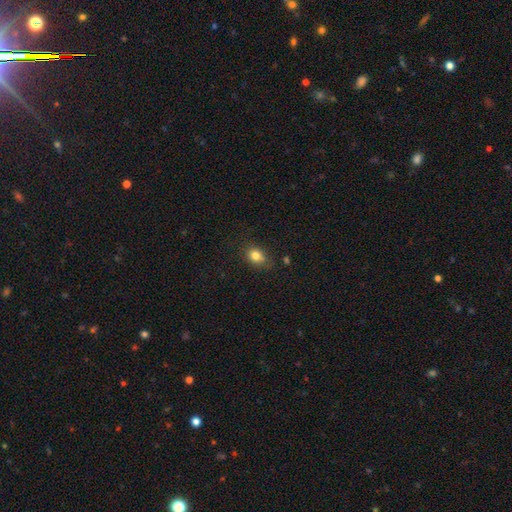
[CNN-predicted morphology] Q: Smooth or featured?
A: smooth (81%); runner-up: star or artifact (12%)
Q: How rounded?
A: round (55%); runner-up: in between (44%)
Q: Merging?
A: none (67%); runner-up: minor disturbance (22%)